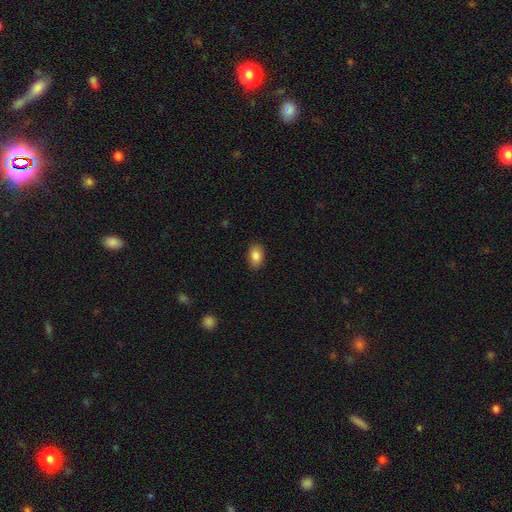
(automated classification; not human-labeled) Smooth or featured? smooth (87%)
How rounded? in between (88%)
Merging? none (87%)